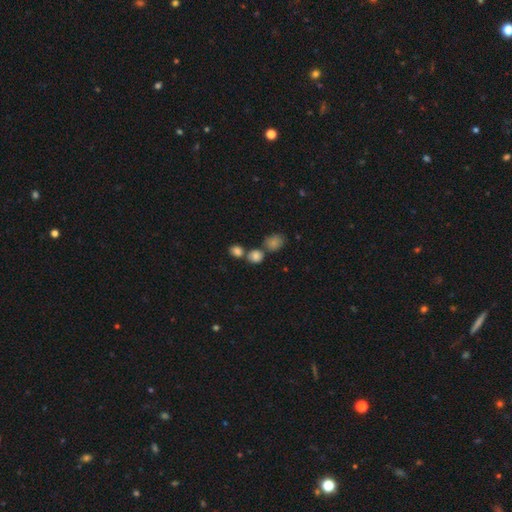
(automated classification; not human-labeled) Smooth or featured?
  - smooth: 80% *
  - star or artifact: 13%
  - featured or disk: 7%
How rounded?
  - round: 69% *
  - in between: 30%
  - cigar-shaped: 1%
Merging?
  - none: 51% *
  - merger: 35%
  - minor disturbance: 10%
  - major disturbance: 4%